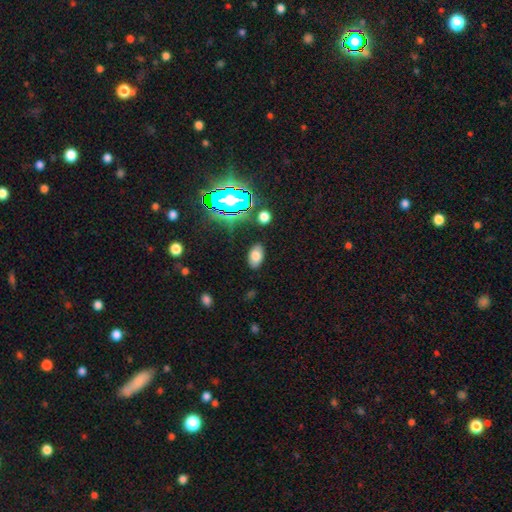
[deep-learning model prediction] The model was most divided on "smooth or featured": smooth: 71%, star or artifact: 17%, featured or disk: 12%. More confident: how rounded — in between (92%); merging — none (85%).